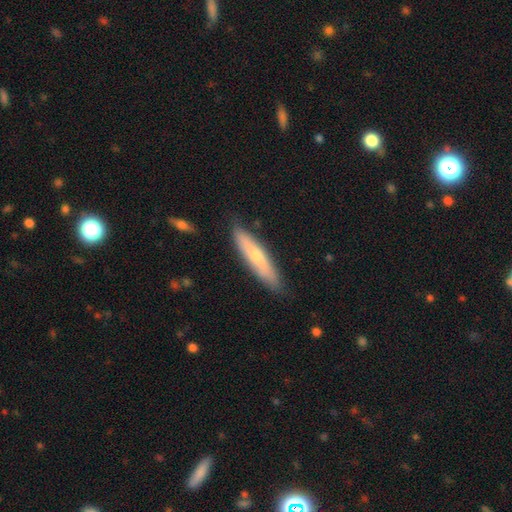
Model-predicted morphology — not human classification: smooth_or_featured: smooth (p=0.62) [alt: featured or disk p=0.32]
how_rounded: cigar-shaped (p=0.81) [alt: in between p=0.18]
merging: none (p=0.82) [alt: minor disturbance p=0.14]